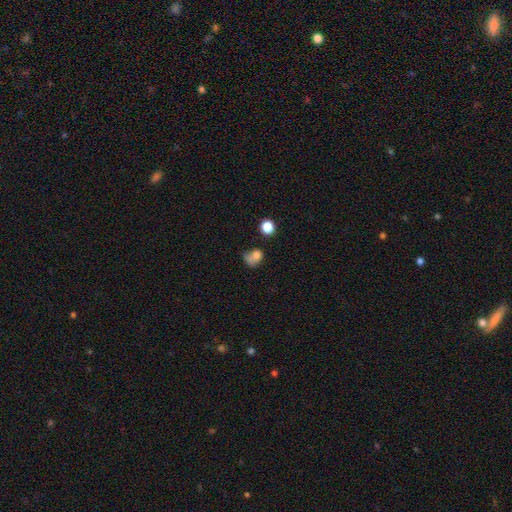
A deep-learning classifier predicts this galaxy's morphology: This is likely a smooth galaxy (72%). How rounded: possibly round (57%). Merging: marginally none (32%).